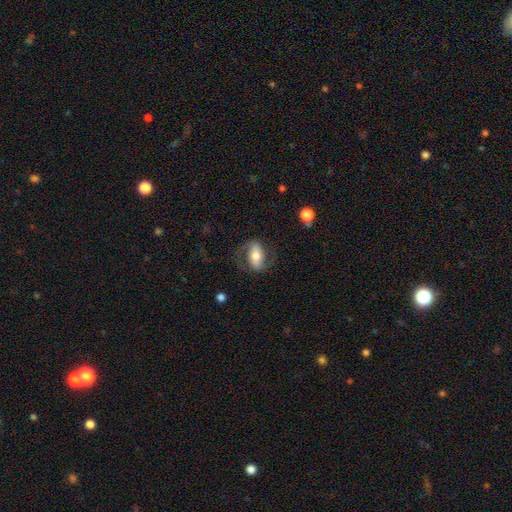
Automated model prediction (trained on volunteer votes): Smooth or featured: featured or disk — 59% (smooth — 34%)
Edge-on disk: no — 93% (yes — 7%)
Bar: strong — 46% (weak — 27%)
Spiral arms: yes — 82% (no — 18%)
Bulge size: moderate — 62% (small — 18%)
Merging: none — 68% (minor disturbance — 17%)